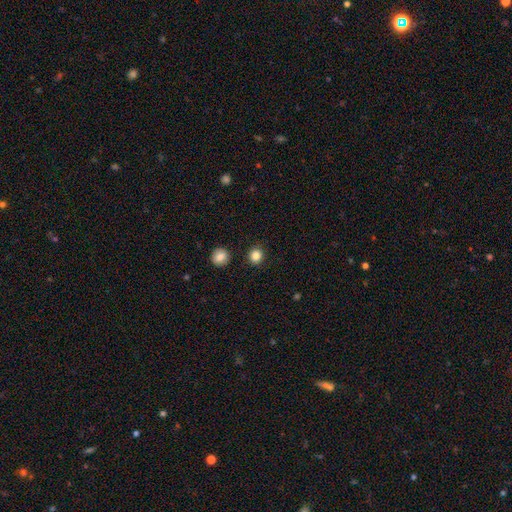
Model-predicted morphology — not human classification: This appears to be a smooth galaxy with no disk features (85%) that is round (88%). Merging: none (90%).